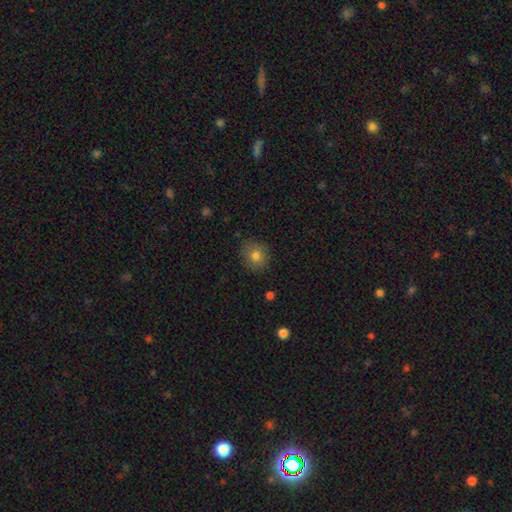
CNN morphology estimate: Overall: smooth (79%). How rounded: round (80%). Merging: none (85%).